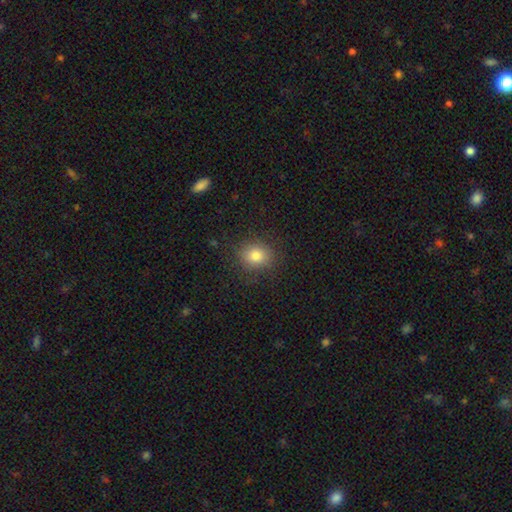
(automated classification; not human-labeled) Morphology: type=smooth (80%); roundness=round (74%); merging=none (85%).